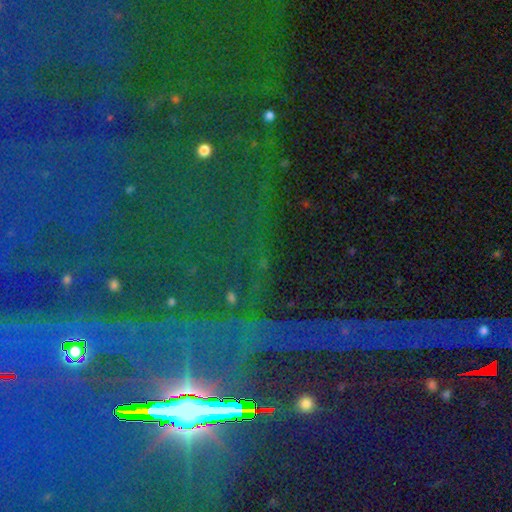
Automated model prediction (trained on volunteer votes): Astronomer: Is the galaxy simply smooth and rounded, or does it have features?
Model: star or artifact — 86%.